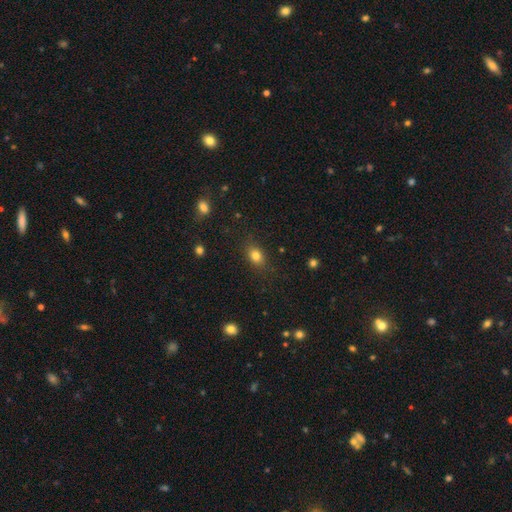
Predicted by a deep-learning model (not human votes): smooth 81%, star or artifact 12%, featured or disk 8%. Down the decision tree: how rounded — in between (68%); merging — none (82%).